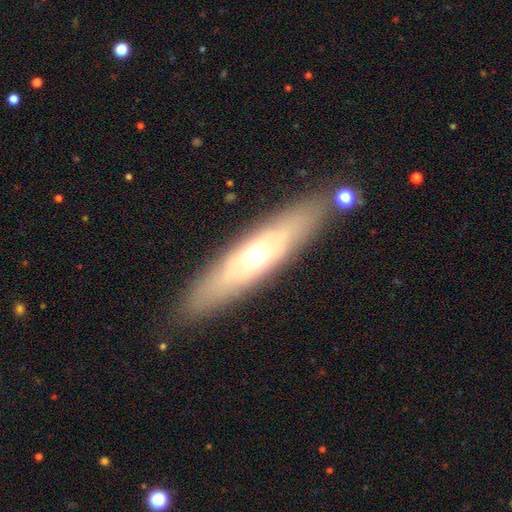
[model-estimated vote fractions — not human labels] smooth_or_featured: smooth (p=0.46) [tied with: featured or disk p=0.46]
merging: none (p=0.85) [alt: minor disturbance p=0.09]